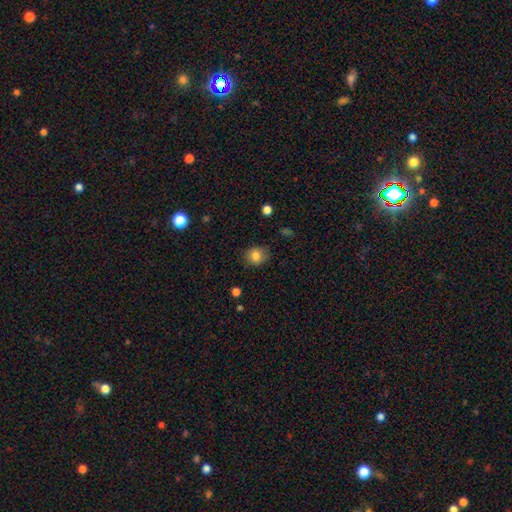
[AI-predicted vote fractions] A smooth galaxy with no disk features (82%) that is round (68%). Merging: none (81%).